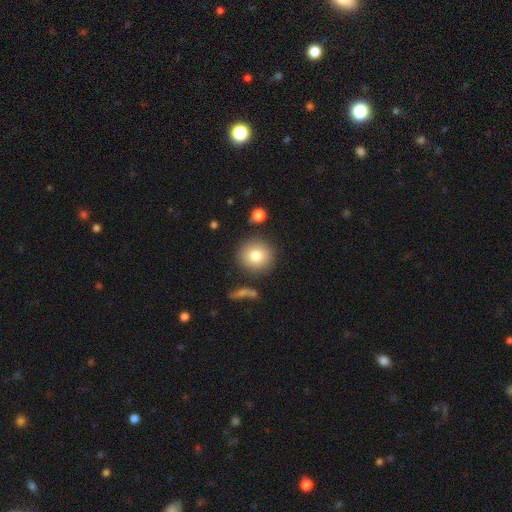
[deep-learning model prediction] This is likely a smooth galaxy (80%). How rounded: clearly round (92%). Merging: clearly none (86%).